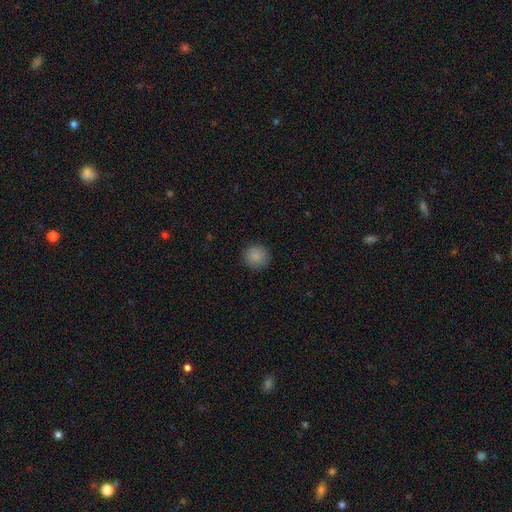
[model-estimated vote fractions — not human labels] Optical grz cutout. It shows a smooth galaxy with no disk features (87%) that is round (92%). Merging: none (91%).